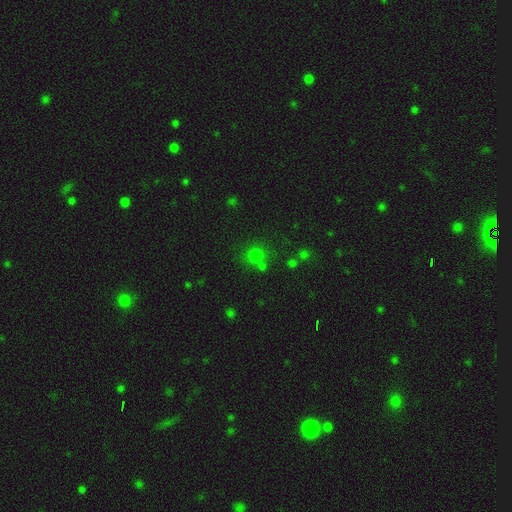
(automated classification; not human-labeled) The model was most divided on "merging": none: 66%, merger: 20%, minor disturbance: 10%, major disturbance: 4%. More confident: how rounded — round (89%); smooth or featured — smooth (71%).